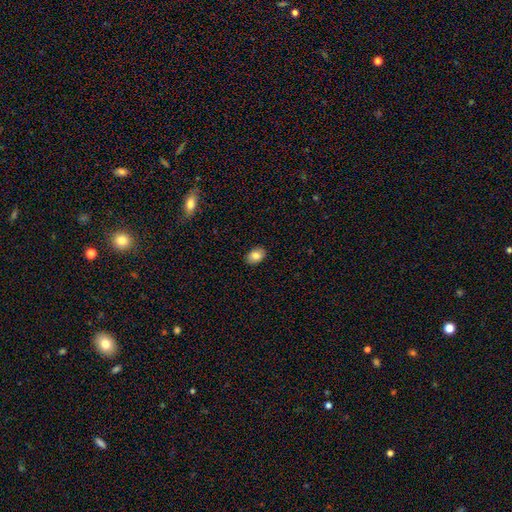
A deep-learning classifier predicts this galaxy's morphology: type=smooth (83%); roundness=in between (82%); merging=none (89%).